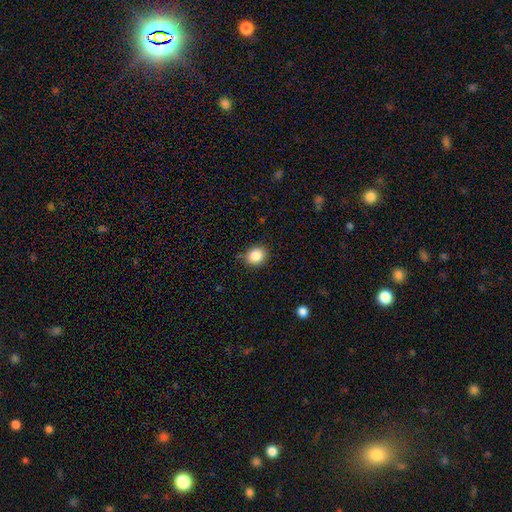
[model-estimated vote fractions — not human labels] Smooth or featured?
  - smooth: 86% *
  - star or artifact: 10%
  - featured or disk: 4%
How rounded?
  - round: 66% *
  - in between: 33%
  - cigar-shaped: 1%
Merging?
  - none: 83% *
  - minor disturbance: 13%
  - major disturbance: 3%
  - merger: 2%